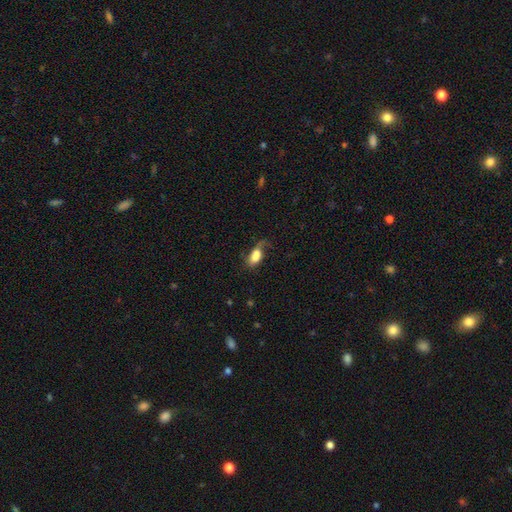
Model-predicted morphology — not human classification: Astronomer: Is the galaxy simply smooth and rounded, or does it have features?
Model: smooth — 72%.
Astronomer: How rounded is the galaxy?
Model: in between — 88%.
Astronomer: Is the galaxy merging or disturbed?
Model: major disturbance — 35% (runner-up: none, 33%).